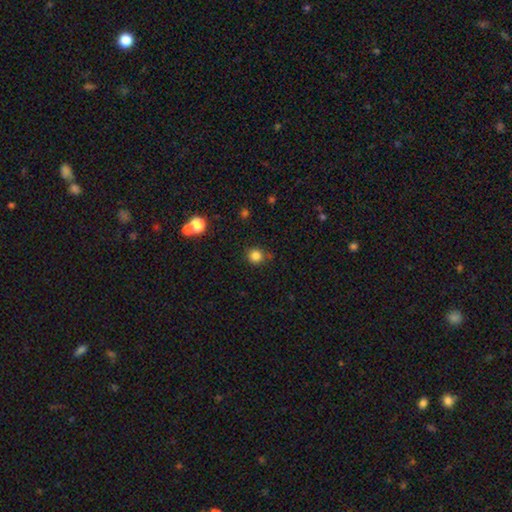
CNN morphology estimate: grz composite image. It shows a smooth galaxy with no disk features (83%) that is round (90%). Merging: none (80%).